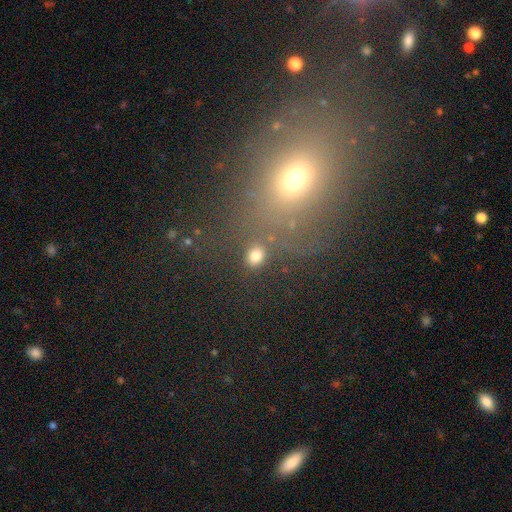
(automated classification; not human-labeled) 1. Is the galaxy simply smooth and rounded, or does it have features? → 78% smooth, 15% star or artifact, 6% featured or disk.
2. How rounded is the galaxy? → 51% round, 47% in between, 2% cigar-shaped.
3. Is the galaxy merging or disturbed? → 79% none, 10% minor disturbance, 6% merger, 5% major disturbance.